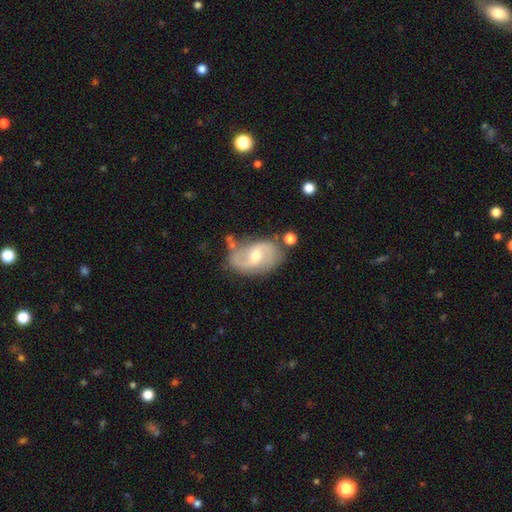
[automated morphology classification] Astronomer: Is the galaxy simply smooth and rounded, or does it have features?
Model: featured or disk — 76%.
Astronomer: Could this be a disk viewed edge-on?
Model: no — 96%.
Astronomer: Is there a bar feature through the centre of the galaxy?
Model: weak — 52% (runner-up: no, 33%).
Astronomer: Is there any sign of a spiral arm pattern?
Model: yes — 89%.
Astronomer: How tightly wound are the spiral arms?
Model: medium — 44% (runner-up: loose, 40%).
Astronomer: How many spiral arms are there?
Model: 2 — 87%.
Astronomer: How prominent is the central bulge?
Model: moderate — 60% (runner-up: small, 35%).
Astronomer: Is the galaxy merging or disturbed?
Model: none — 66%.